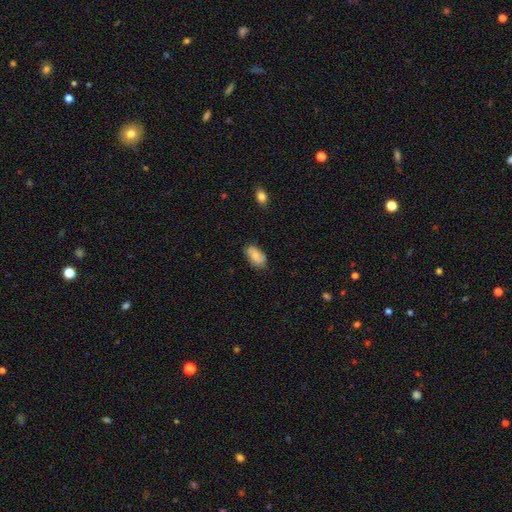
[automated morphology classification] This is likely a smooth galaxy (80%). How rounded: clearly in between (93%). Merging: likely none (75%).